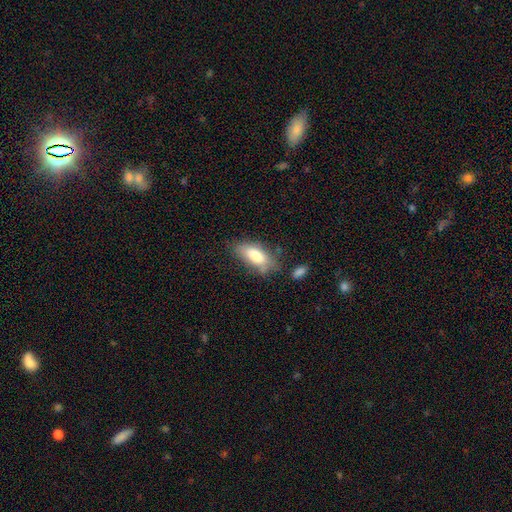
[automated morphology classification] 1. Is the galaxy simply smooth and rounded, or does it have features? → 78% smooth, 15% featured or disk, 7% star or artifact.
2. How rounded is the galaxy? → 83% in between, 14% cigar-shaped, 2% round.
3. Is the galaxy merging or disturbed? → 62% none, 24% minor disturbance, 8% major disturbance, 6% merger.